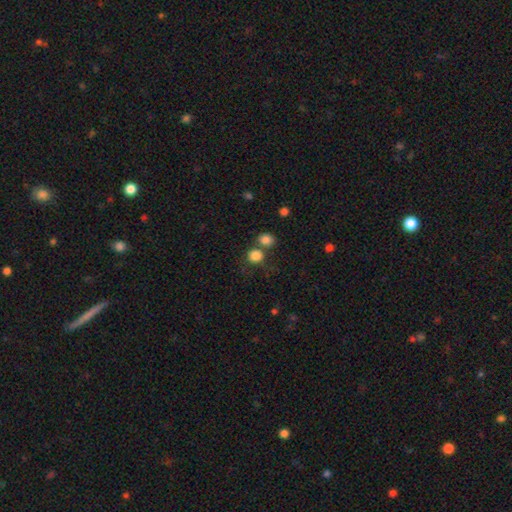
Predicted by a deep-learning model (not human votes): This appears to be a smooth galaxy with no disk features (84%) that is round (82%). Merging: none (58%).